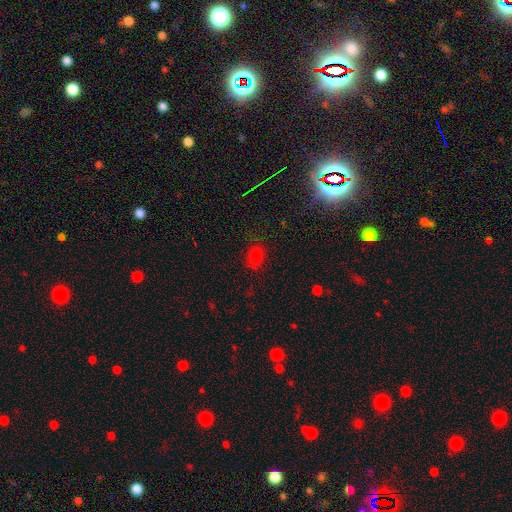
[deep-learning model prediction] Smooth or featured: smooth — 72% (star or artifact — 22%)
How rounded: round — 67% (in between — 32%)
Merging: none — 77% (minor disturbance — 15%)